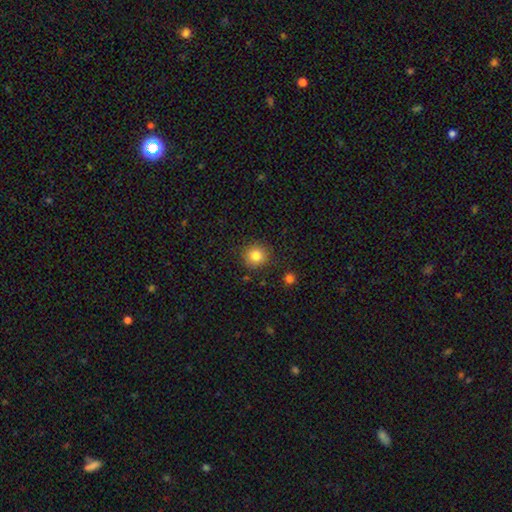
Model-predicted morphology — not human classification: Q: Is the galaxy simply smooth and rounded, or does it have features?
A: smooth — 83%.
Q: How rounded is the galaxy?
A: round — 91%.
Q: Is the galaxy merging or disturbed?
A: none — 88%.